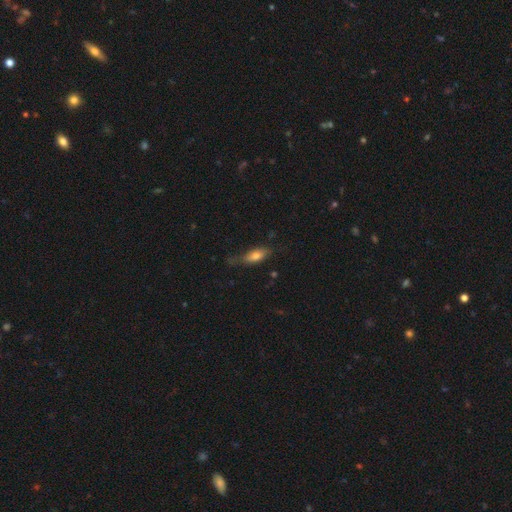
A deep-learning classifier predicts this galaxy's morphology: Overall: smooth (71%). How rounded: in between (67%; cigar-shaped 30%). Merging: none (56%; minor disturbance 29%).